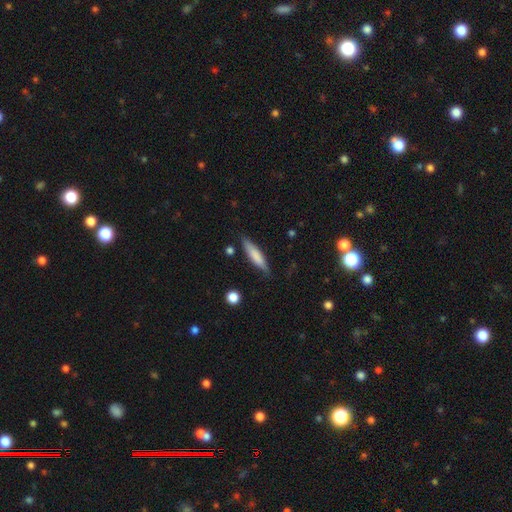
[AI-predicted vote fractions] A smooth galaxy with no disk features (73%) that is cigar-shaped (81%).

Vote fractions:
- Smooth or featured? smooth: 73% / featured or disk: 22% / star or artifact: 6%
- How rounded? cigar-shaped: 81% / in between: 17% / round: 1%
- Merging? none: 81% / minor disturbance: 14% / major disturbance: 3% / merger: 2%